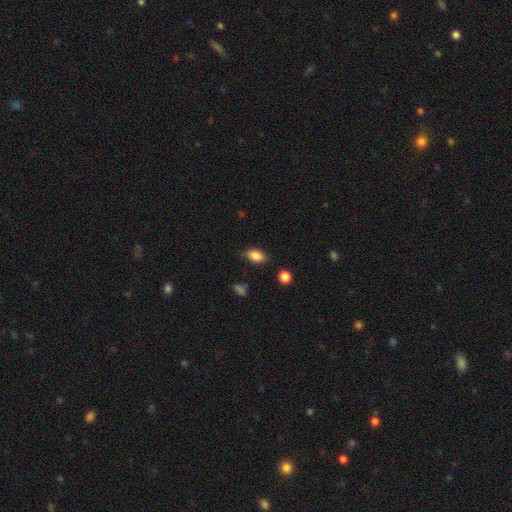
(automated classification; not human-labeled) Morphology: type=smooth (86%); roundness=in between (89%); merging=none (82%).